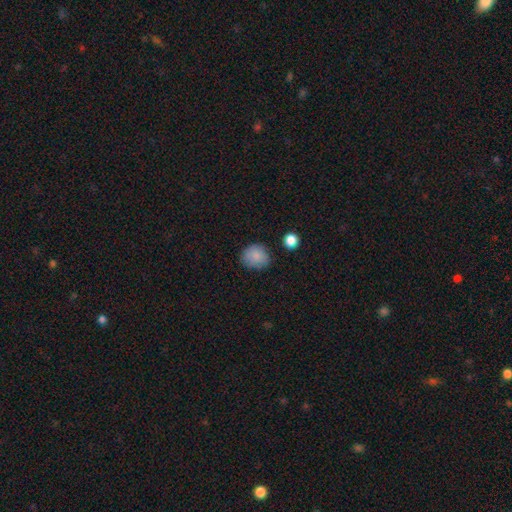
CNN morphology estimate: smooth-or-featured: smooth: 86% | star or artifact: 9% | featured or disk: 6%
  how-rounded: round: 75% | in between: 24% | cigar-shaped: 1%
  merging: none: 77% | minor disturbance: 17% | major disturbance: 4% | merger: 3%